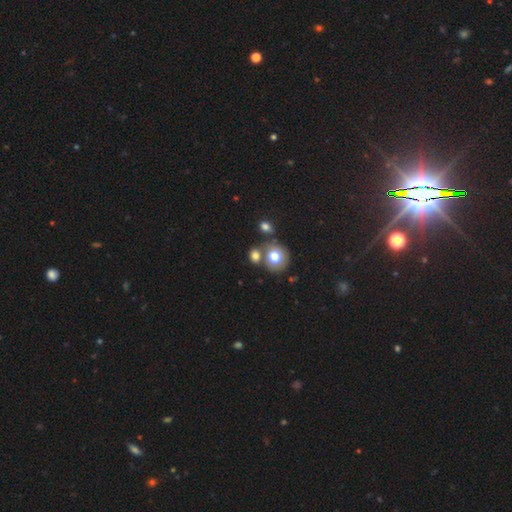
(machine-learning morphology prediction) smooth-or-featured: smooth: 74% | star or artifact: 13% | featured or disk: 13%
  how-rounded: round: 73% | in between: 26% | cigar-shaped: 1%
  merging: none: 54% | merger: 30% | minor disturbance: 11% | major disturbance: 5%